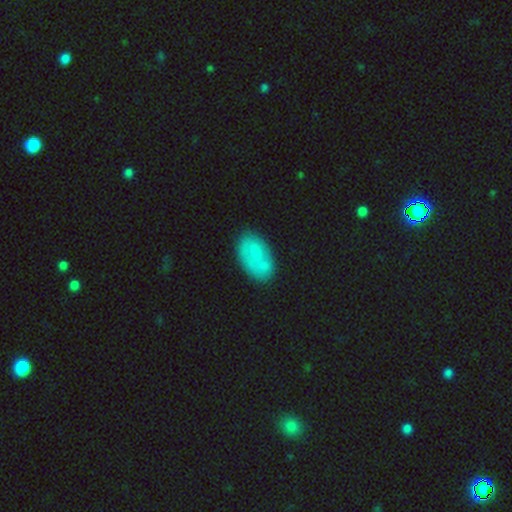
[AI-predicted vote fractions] Smooth or featured? smooth (58%)
How rounded? in between (92%)
Merging? none (58%)